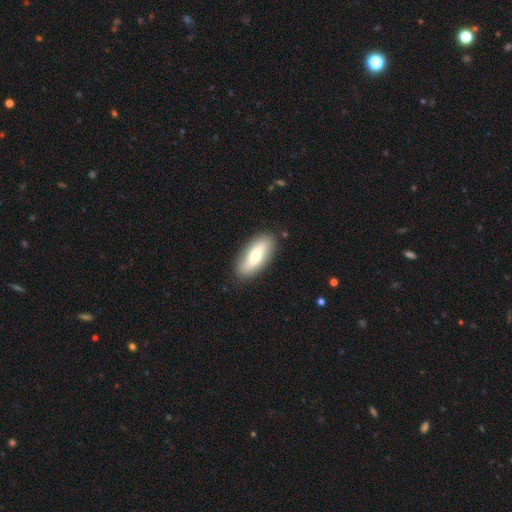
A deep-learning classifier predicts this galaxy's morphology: Overall: smooth (63%; featured or disk 31%). How rounded: in between (77%). Merging: none (87%).